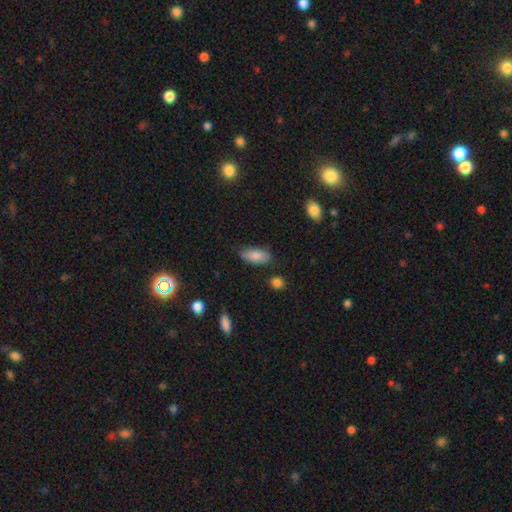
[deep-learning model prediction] Smooth or featured? Predicted: smooth (p=0.84). How rounded? Predicted: in between (p=0.83). Merging? Predicted: none (p=0.81).